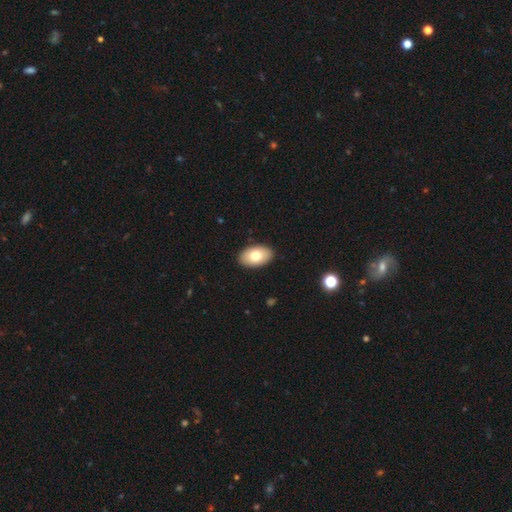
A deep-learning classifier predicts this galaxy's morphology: Overall: smooth (74%). How rounded: in between (93%). Merging: none (90%).